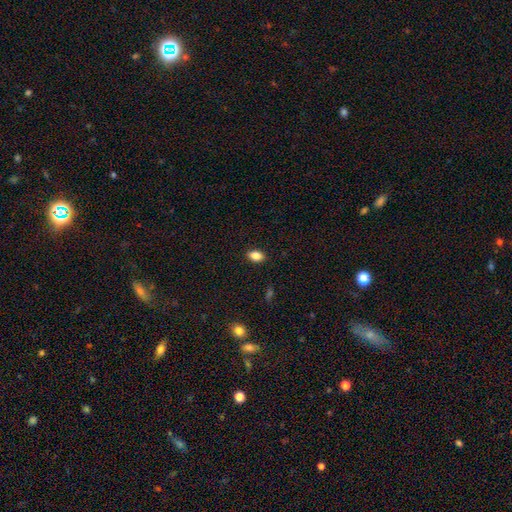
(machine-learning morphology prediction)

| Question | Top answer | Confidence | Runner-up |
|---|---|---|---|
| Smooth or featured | smooth | 84% | star or artifact (9%) |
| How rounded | in between | 86% | round (11%) |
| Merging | none | 89% | minor disturbance (8%) |